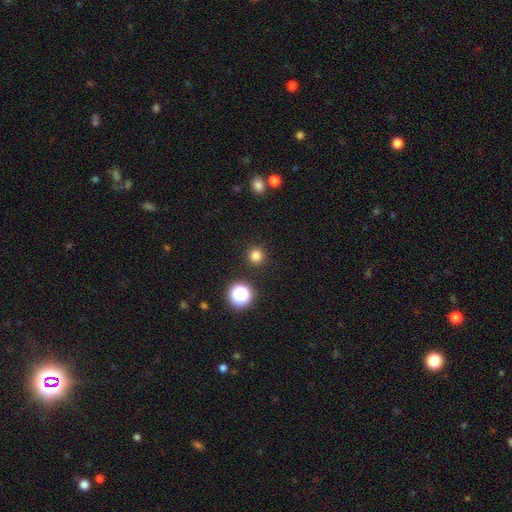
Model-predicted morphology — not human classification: Smooth or featured: smooth — 79% (star or artifact — 16%)
How rounded: round — 95% (in between — 4%)
Merging: none — 92% (minor disturbance — 5%)